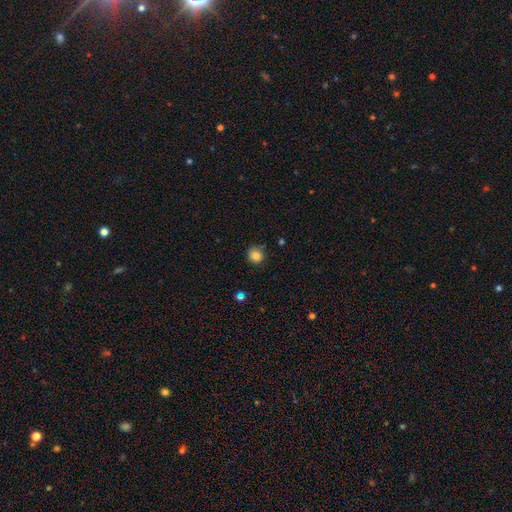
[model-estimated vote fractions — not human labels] smooth 83%, star or artifact 11%, featured or disk 6%. Down the decision tree: how rounded — round (86%); merging — none (77%).